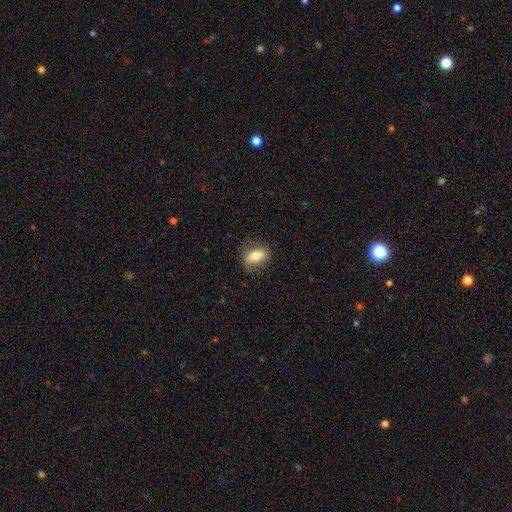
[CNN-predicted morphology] Q: Smooth or featured?
A: smooth (74%); runner-up: featured or disk (19%)
Q: How rounded?
A: in between (82%); runner-up: round (13%)
Q: Merging?
A: none (76%); runner-up: minor disturbance (18%)